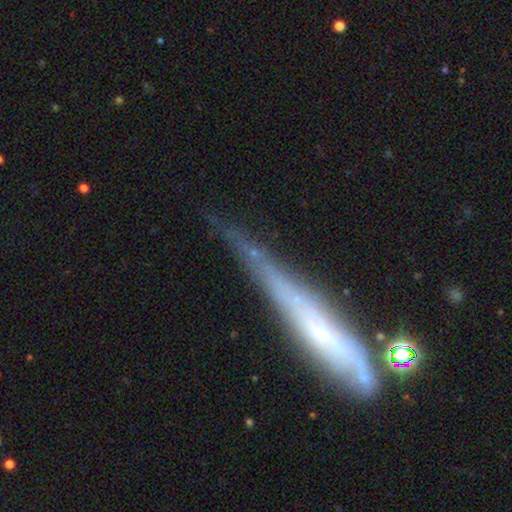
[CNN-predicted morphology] Smooth or featured?
  - featured or disk: 66% *
  - smooth: 25%
  - star or artifact: 9%
Edge-on disk?
  - yes: 79% *
  - no: 21%
Edge-on bulge?
  - none: 56% *
  - rounded: 33%
  - boxy: 10%
Merging?
  - none: 41% *
  - minor disturbance: 34%
  - major disturbance: 17%
  - merger: 8%